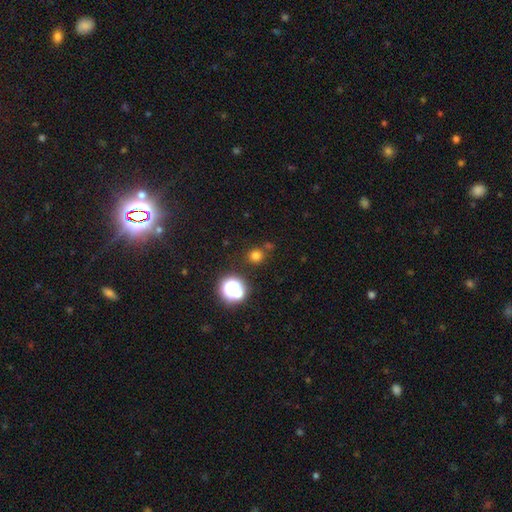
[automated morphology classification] Smooth or featured? smooth (70%)
How rounded? round (90%)
Merging? none (79%)